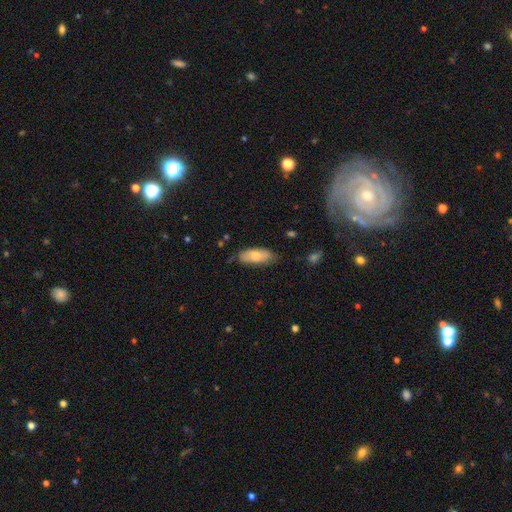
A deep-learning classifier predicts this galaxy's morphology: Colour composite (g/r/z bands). It shows a smooth galaxy with no disk features (73%) that is in between round and cigar-shaped (79%). Merging: none (72%).